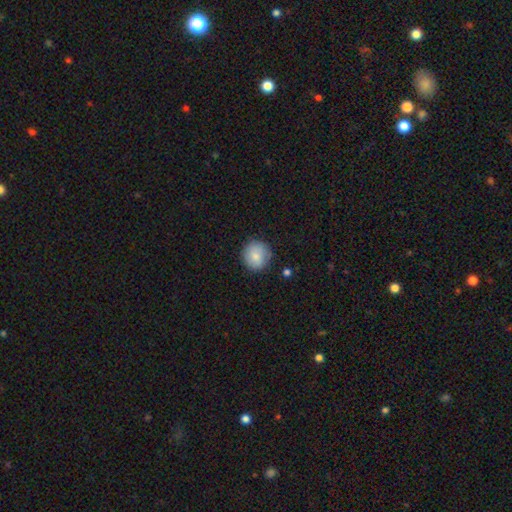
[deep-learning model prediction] A smooth galaxy with no disk features (82%) that is round (91%). Merging: none (84%).